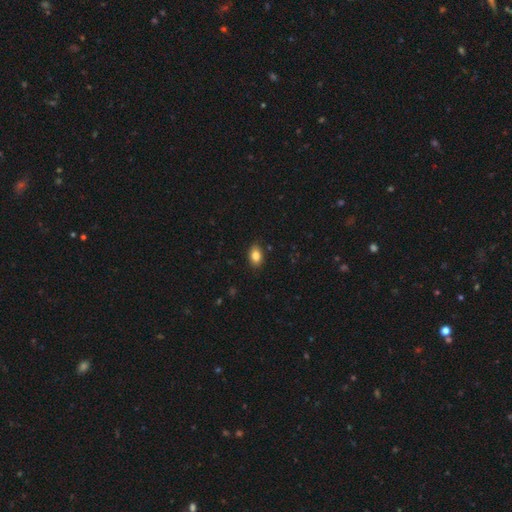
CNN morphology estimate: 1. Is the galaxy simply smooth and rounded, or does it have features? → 85% smooth, 9% star or artifact, 7% featured or disk.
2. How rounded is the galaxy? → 83% in between, 15% round, 1% cigar-shaped.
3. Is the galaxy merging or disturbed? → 86% none, 11% minor disturbance, 2% major disturbance, 1% merger.